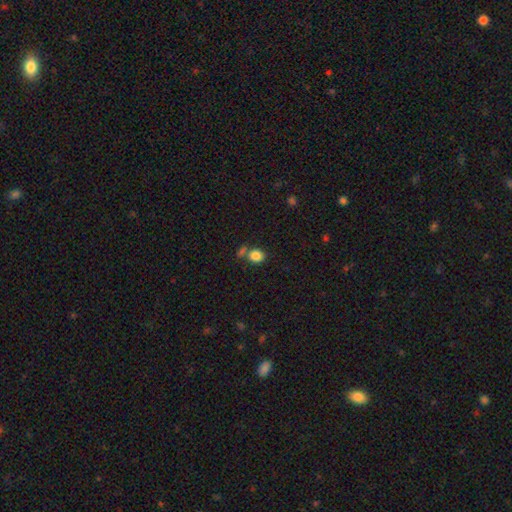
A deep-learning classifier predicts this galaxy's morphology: smooth_or_featured: smooth (p=0.84) [alt: star or artifact p=0.10]
how_rounded: round (p=0.69) [alt: in between p=0.30]
merging: none (p=0.62) [alt: merger p=0.21]